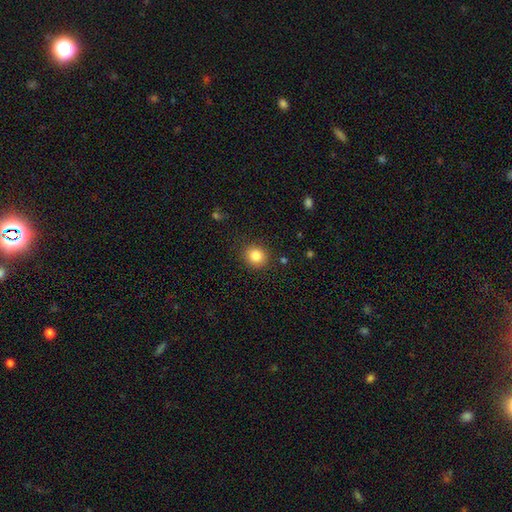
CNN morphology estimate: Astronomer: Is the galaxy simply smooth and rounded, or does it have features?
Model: smooth — 83%.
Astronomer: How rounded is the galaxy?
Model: round — 86%.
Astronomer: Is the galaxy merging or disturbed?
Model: none — 89%.